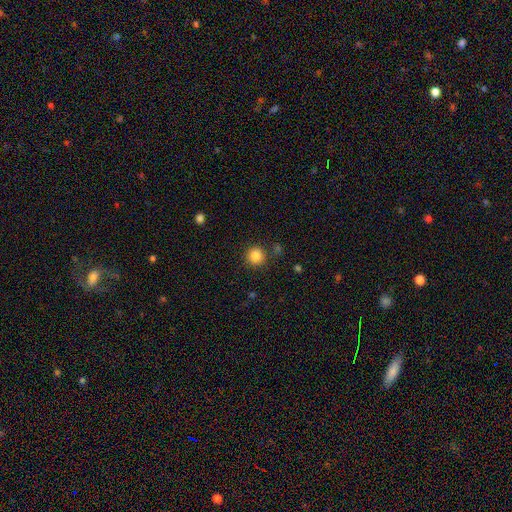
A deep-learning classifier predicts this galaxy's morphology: Smooth or featured: smooth — 85% (star or artifact — 11%)
How rounded: round — 94% (in between — 5%)
Merging: none — 86% (minor disturbance — 7%)